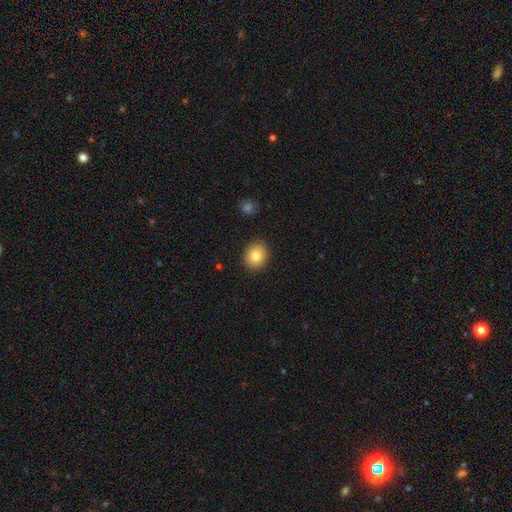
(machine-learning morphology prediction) Q: Smooth or featured?
A: smooth (83%); runner-up: star or artifact (9%)
Q: How rounded?
A: round (69%); runner-up: in between (30%)
Q: Merging?
A: none (90%); runner-up: minor disturbance (7%)